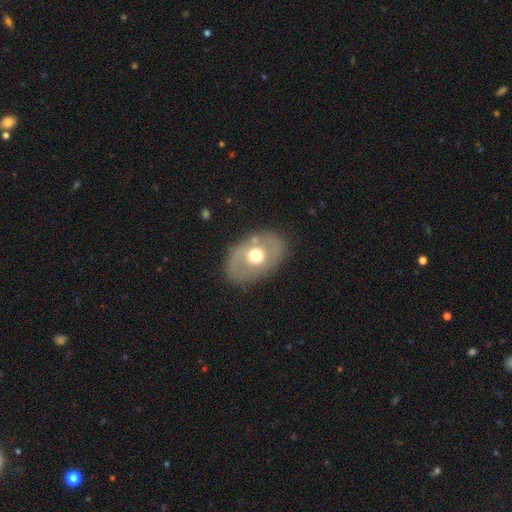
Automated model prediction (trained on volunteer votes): This is possibly a featured or disk galaxy (48%). Merging: likely none (80%).